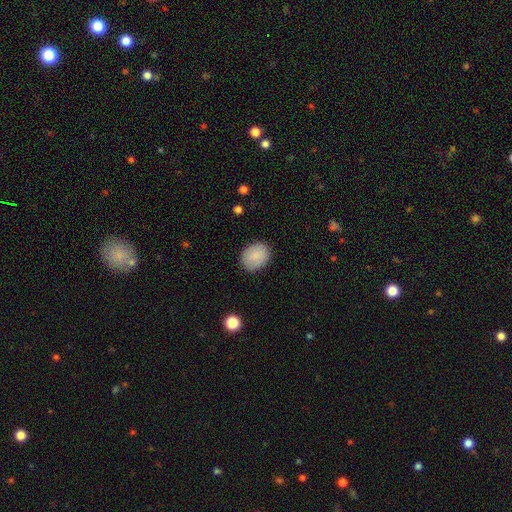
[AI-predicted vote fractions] Smooth or featured? smooth (87%)
How rounded? in between (57%)
Merging? none (85%)